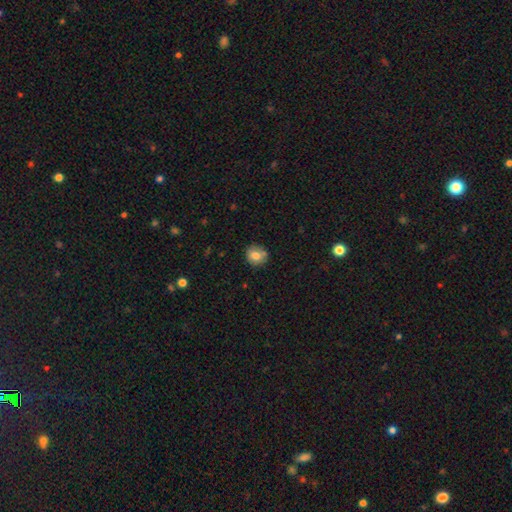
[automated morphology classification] Q: Smooth or featured?
A: smooth (77%); runner-up: featured or disk (13%)
Q: How rounded?
A: round (84%); runner-up: in between (16%)
Q: Merging?
A: none (76%); runner-up: minor disturbance (17%)